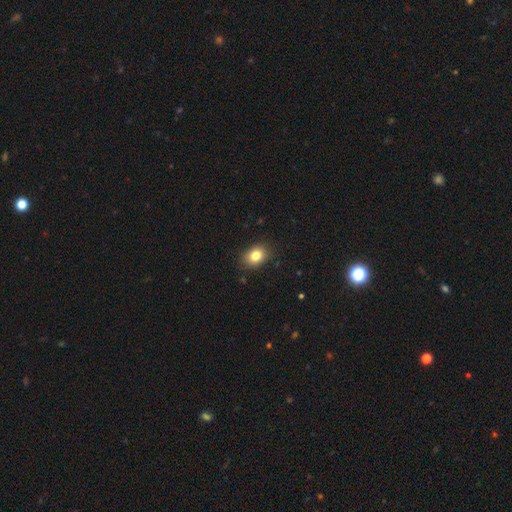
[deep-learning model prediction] Q: Smooth or featured?
A: smooth (82%); runner-up: star or artifact (10%)
Q: How rounded?
A: in between (68%); runner-up: round (31%)
Q: Merging?
A: none (85%); runner-up: minor disturbance (11%)